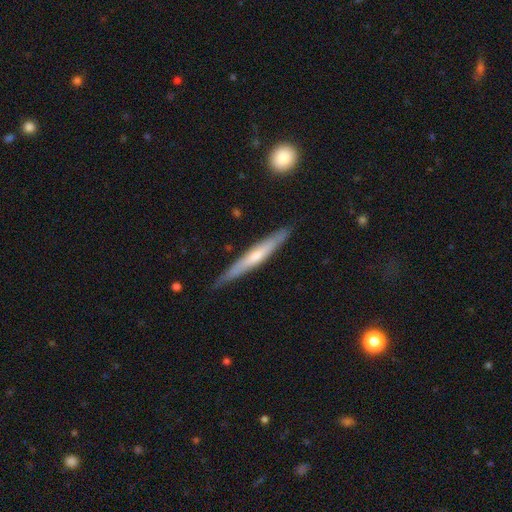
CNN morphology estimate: featured or disk 55%, smooth 40%, star or artifact 5%. Down the decision tree: edge-on disk — yes (94%); edge-on bulge — rounded (51%); merging — none (85%).